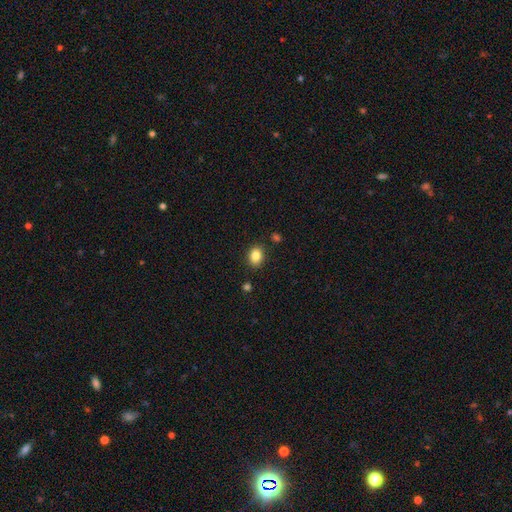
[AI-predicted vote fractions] Morphology: type=smooth (85%); roundness=in between (57%); merging=none (86%).